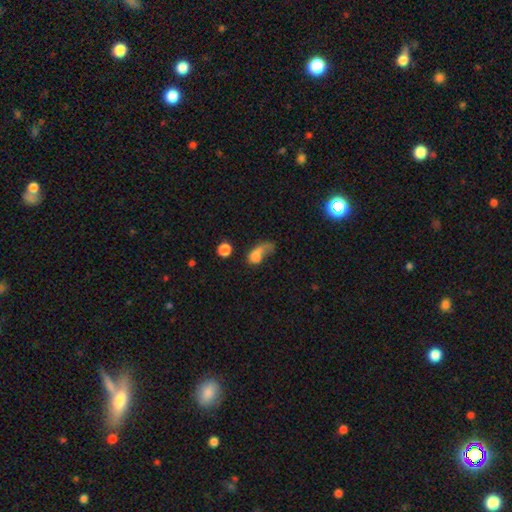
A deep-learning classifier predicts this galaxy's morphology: Smooth or featured: smooth — 61% (featured or disk — 26%)
How rounded: in between — 63% (round — 30%)
Merging: major disturbance — 46% (merger — 23%)